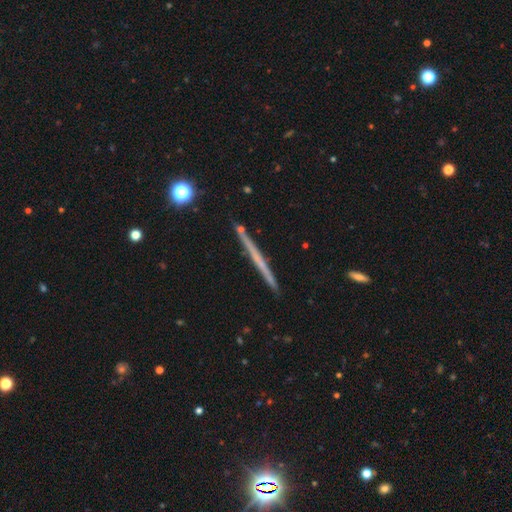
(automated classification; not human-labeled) This is possibly a featured or disk galaxy (58%). It is clearly viewed edge-on (98%). Edge-on bulge: clearly none (88%). Merging: clearly none (91%).